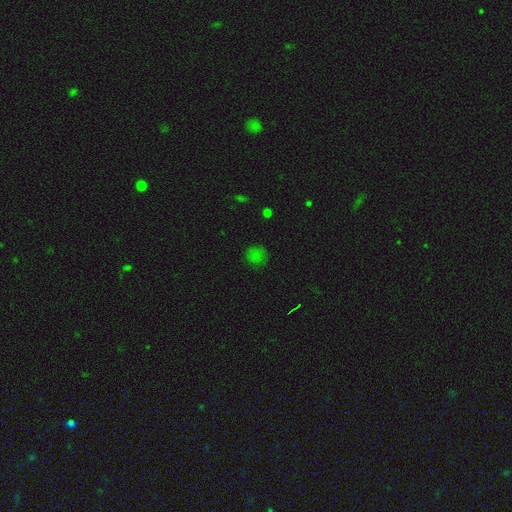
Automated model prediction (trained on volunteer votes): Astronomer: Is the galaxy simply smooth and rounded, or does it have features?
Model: smooth — 72%.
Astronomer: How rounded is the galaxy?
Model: round — 90%.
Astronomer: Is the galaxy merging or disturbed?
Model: none — 83%.